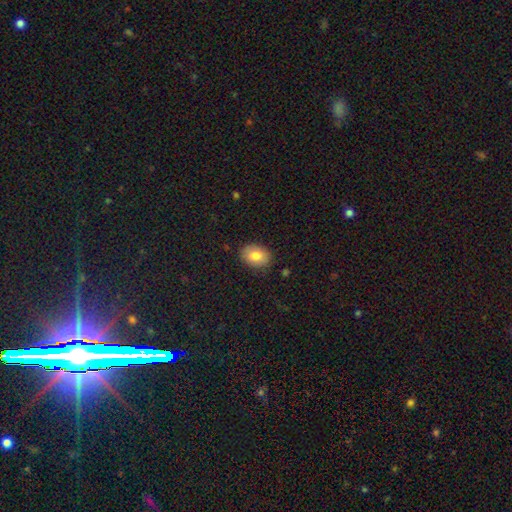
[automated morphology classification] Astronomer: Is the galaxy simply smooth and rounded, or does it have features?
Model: smooth — 82%.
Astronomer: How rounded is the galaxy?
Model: in between — 71%.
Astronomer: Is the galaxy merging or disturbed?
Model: none — 85%.